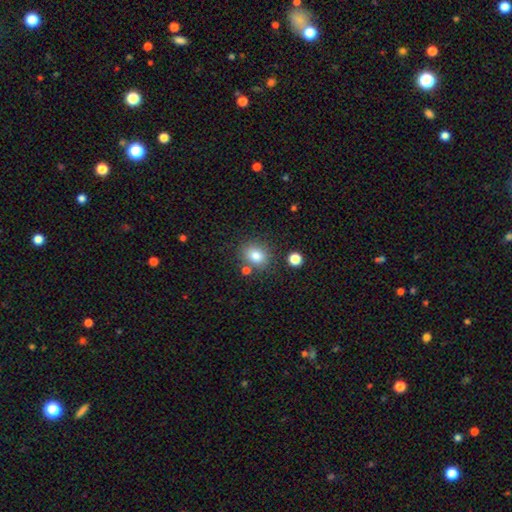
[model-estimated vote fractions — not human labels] A smooth galaxy with no disk features (81%) that is round (61%). Merging: none (76%).